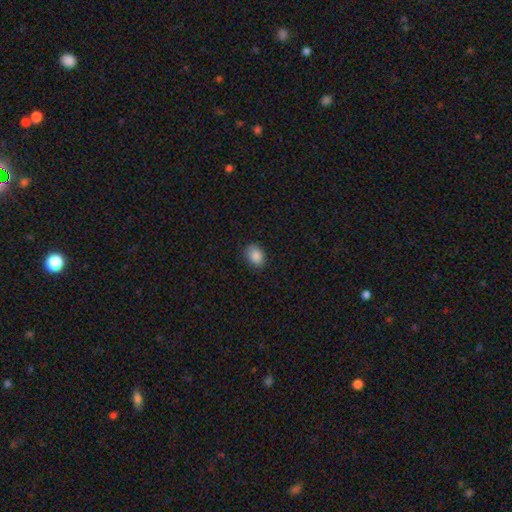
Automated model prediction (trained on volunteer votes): Smooth or featured? smooth (87%)
How rounded? in between (75%)
Merging? none (87%)